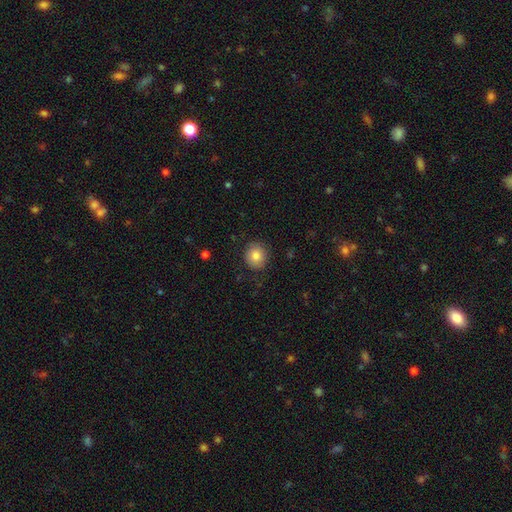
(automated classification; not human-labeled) Morphology: type=smooth (83%); roundness=round (85%); merging=none (87%).